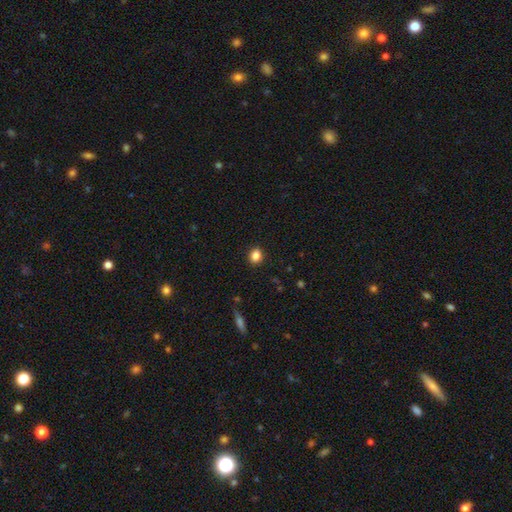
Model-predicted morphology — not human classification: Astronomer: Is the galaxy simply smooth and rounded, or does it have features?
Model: smooth — 85%.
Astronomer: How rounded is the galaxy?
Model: round — 56% (runner-up: in between, 43%).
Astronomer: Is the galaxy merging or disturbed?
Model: none — 89%.